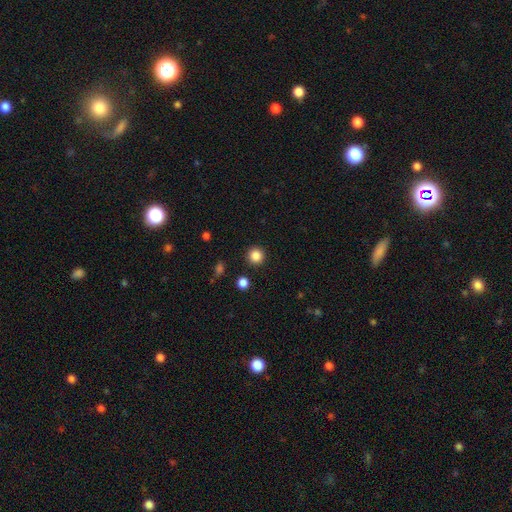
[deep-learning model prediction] A smooth galaxy with no disk features (86%) that is round (95%). Merging: none (91%).